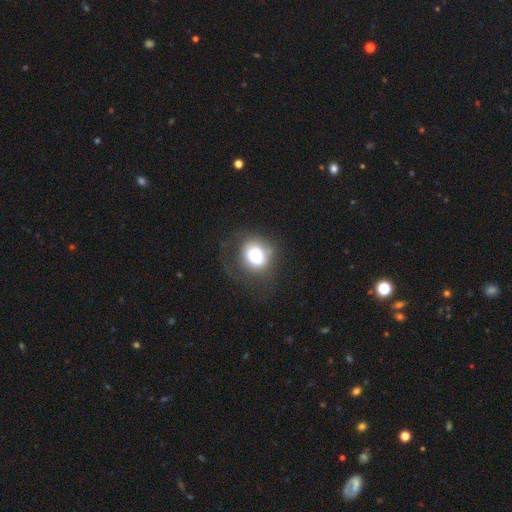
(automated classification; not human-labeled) Q: Smooth or featured?
A: smooth (69%); runner-up: featured or disk (19%)
Q: How rounded?
A: round (75%); runner-up: in between (24%)
Q: Merging?
A: none (51%); runner-up: minor disturbance (24%)